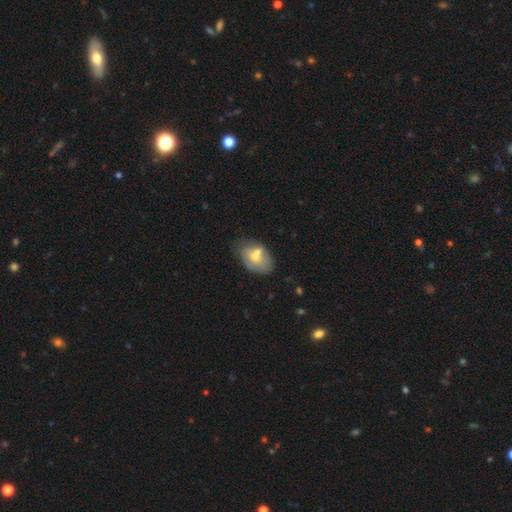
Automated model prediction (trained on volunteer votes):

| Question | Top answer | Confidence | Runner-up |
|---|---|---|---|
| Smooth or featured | smooth | 64% | featured or disk (29%) |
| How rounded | in between | 86% | round (13%) |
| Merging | none | 44% | minor disturbance (25%) |